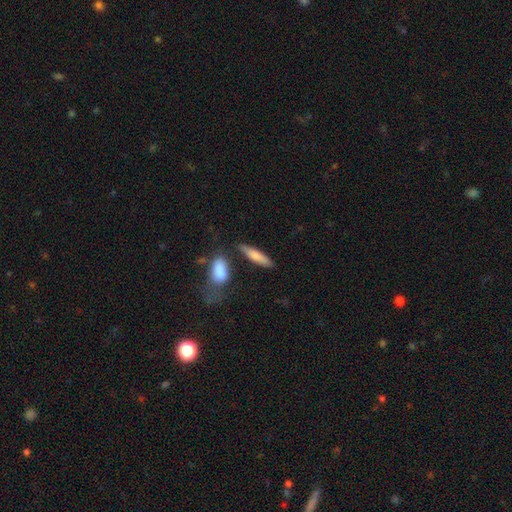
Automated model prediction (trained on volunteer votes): smooth 74%, featured or disk 20%, star or artifact 6%. Down the decision tree: how rounded — cigar-shaped (70%); merging — none (73%).